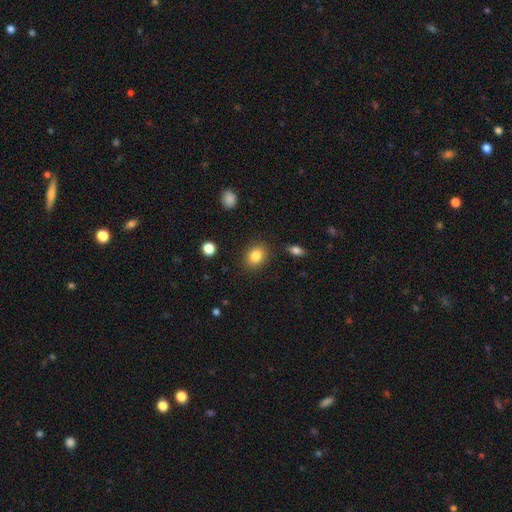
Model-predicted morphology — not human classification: Smooth or featured?
  - smooth: 84% *
  - star or artifact: 9%
  - featured or disk: 7%
How rounded?
  - in between: 55% *
  - round: 44%
  - cigar-shaped: 1%
Merging?
  - none: 85% *
  - minor disturbance: 10%
  - major disturbance: 3%
  - merger: 2%